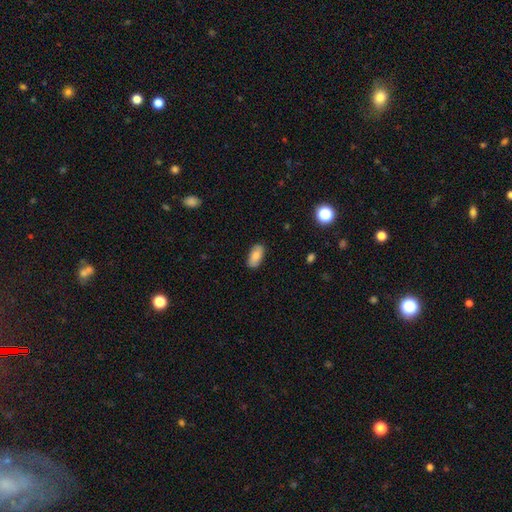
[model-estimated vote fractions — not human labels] Q: Smooth or featured?
A: smooth (84%); runner-up: featured or disk (9%)
Q: How rounded?
A: in between (92%); runner-up: cigar-shaped (5%)
Q: Merging?
A: none (86%); runner-up: minor disturbance (11%)